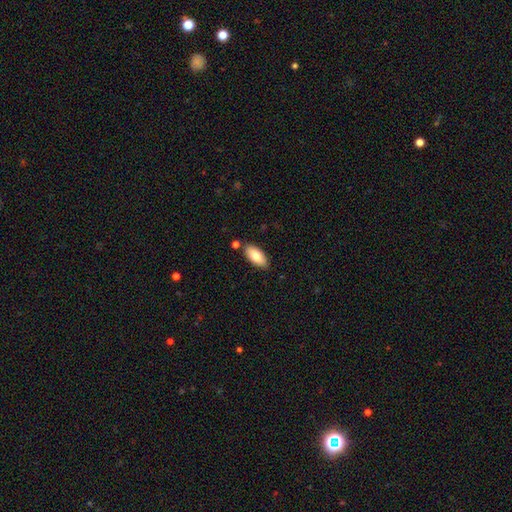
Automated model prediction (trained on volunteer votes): smooth 80%, featured or disk 13%, star or artifact 6%. Down the decision tree: how rounded — in between (90%); merging — none (83%).